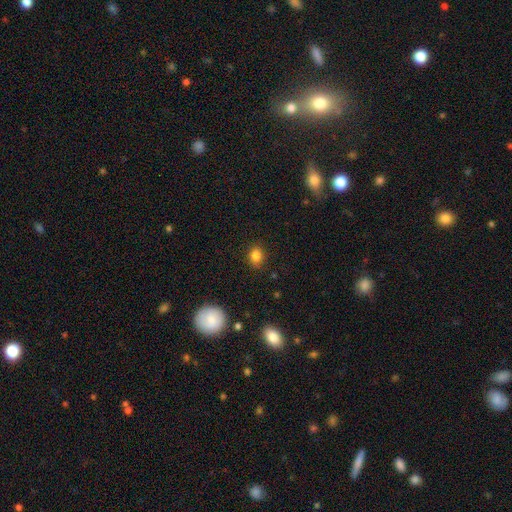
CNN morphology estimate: This appears to be a smooth galaxy with no disk features (83%) that is round (61%). Merging: none (87%).